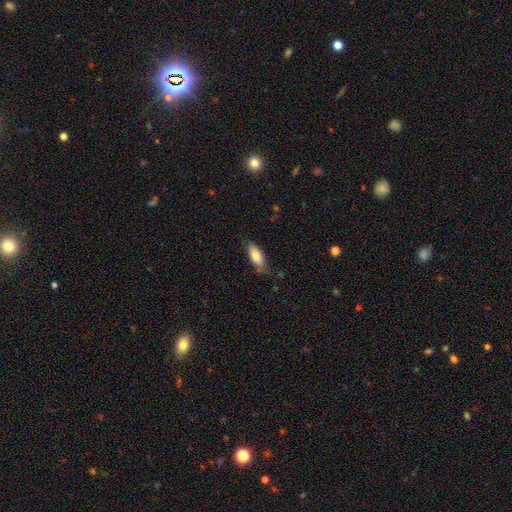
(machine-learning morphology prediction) smooth-or-featured: smooth: 79% | featured or disk: 15% | star or artifact: 6%
  how-rounded: in between: 74% | cigar-shaped: 24% | round: 2%
  merging: none: 74% | minor disturbance: 21% | major disturbance: 4% | merger: 2%